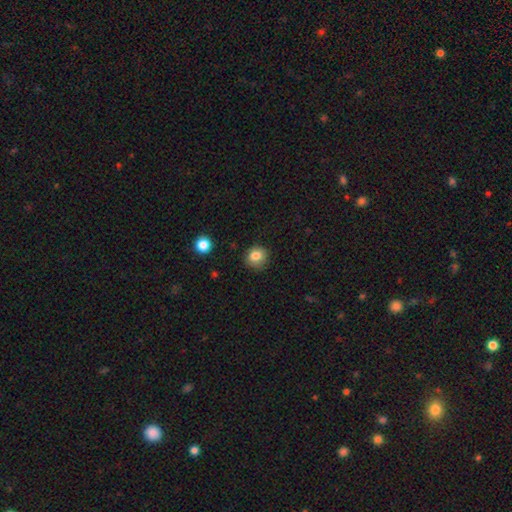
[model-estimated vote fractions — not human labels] A smooth galaxy with no disk features (82%) that is round (85%).

Vote fractions:
- Smooth or featured? smooth: 82% / star or artifact: 11% / featured or disk: 7%
- How rounded? round: 85% / in between: 14% / cigar-shaped: 1%
- Merging? none: 85% / minor disturbance: 11% / major disturbance: 3% / merger: 1%